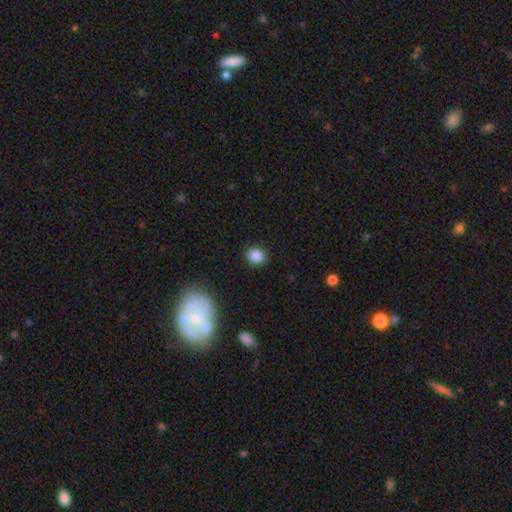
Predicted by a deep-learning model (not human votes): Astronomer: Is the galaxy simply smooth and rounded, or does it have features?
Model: smooth — 86%.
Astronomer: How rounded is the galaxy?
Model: round — 56% (runner-up: in between, 43%).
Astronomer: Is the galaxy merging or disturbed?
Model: none — 88%.